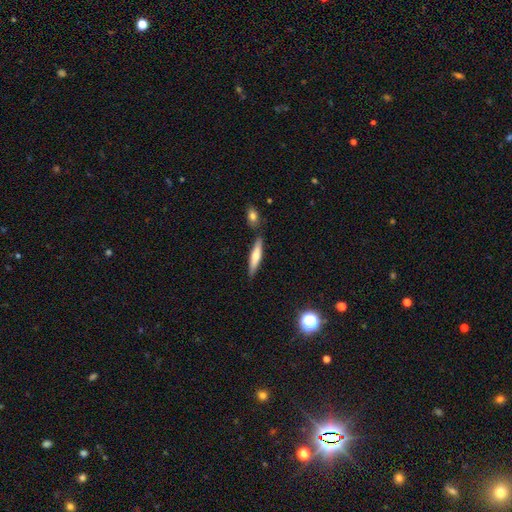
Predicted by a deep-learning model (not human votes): Smooth or featured? Predicted: smooth (p=0.58). How rounded? Predicted: cigar-shaped (p=0.83). Merging? Predicted: none (p=0.81).